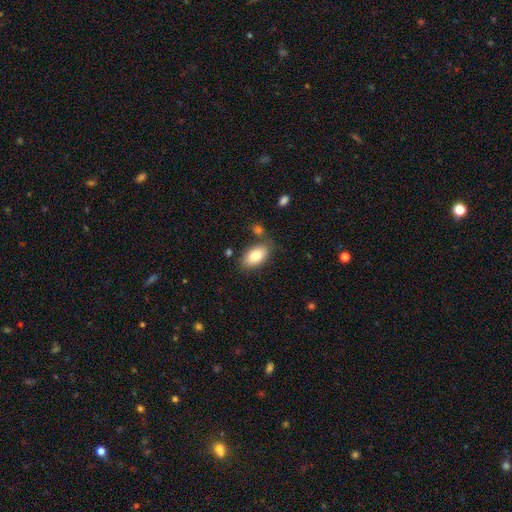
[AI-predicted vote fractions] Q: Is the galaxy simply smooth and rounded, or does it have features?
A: smooth — 81%.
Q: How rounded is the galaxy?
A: in between — 94%.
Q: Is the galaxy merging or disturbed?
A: none — 76%.